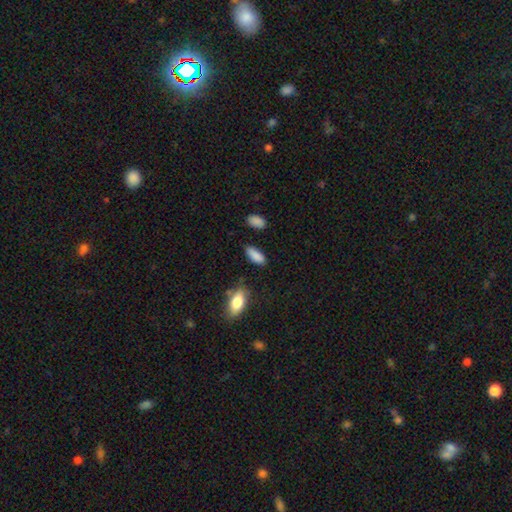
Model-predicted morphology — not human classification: Q: Smooth or featured?
A: smooth (88%); runner-up: star or artifact (7%)
Q: How rounded?
A: in between (77%); runner-up: cigar-shaped (20%)
Q: Merging?
A: none (79%); runner-up: minor disturbance (14%)